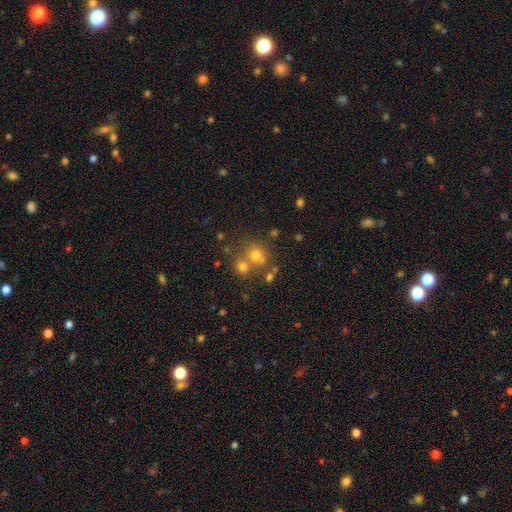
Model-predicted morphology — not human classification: Q: Smooth or featured?
A: smooth (64%); runner-up: star or artifact (22%)
Q: How rounded?
A: round (82%); runner-up: in between (17%)
Q: Merging?
A: none (51%); runner-up: merger (37%)